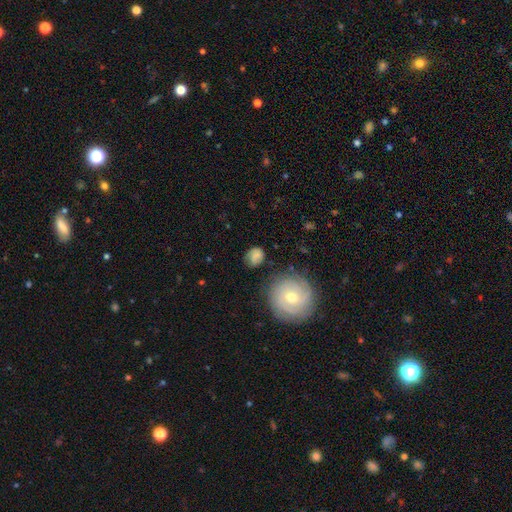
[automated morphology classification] A smooth galaxy with no disk features (61%) that is round (59%).

Vote fractions:
- Smooth or featured? smooth: 61% / featured or disk: 28% / star or artifact: 11%
- How rounded? round: 59% / in between: 39% / cigar-shaped: 1%
- Merging? none: 66% / minor disturbance: 21% / major disturbance: 9% / merger: 5%